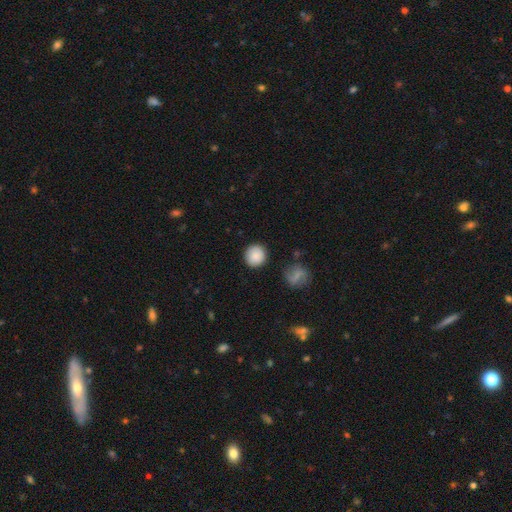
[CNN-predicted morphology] smooth 85%, star or artifact 8%, featured or disk 7%. Down the decision tree: how rounded — round (91%); merging — none (87%).